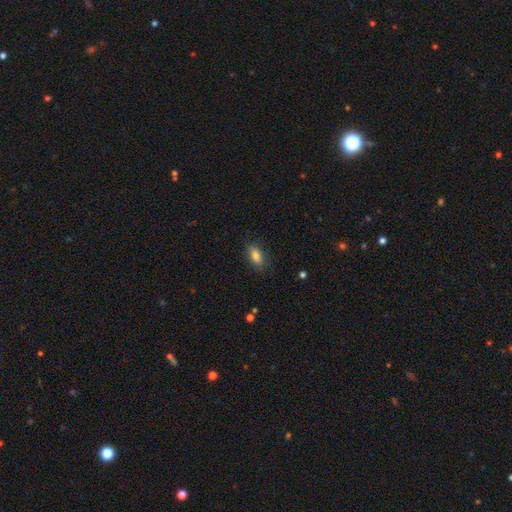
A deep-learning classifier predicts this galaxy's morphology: Q: Smooth or featured?
A: smooth (82%); runner-up: featured or disk (10%)
Q: How rounded?
A: in between (85%); runner-up: cigar-shaped (11%)
Q: Merging?
A: none (82%); runner-up: minor disturbance (14%)